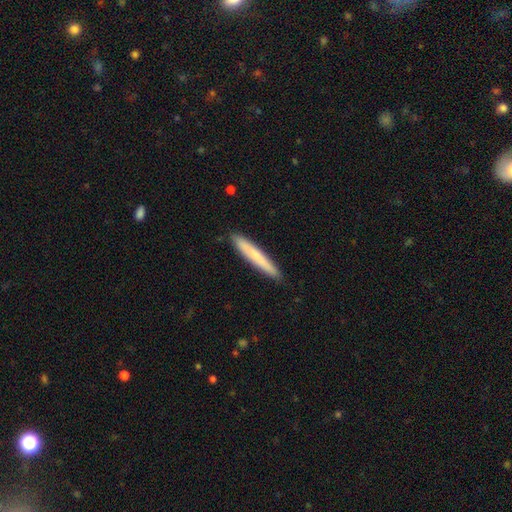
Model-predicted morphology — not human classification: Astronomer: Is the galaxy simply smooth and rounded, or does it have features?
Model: smooth — 69%.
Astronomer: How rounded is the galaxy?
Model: cigar-shaped — 95%.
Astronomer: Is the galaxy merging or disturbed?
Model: none — 90%.